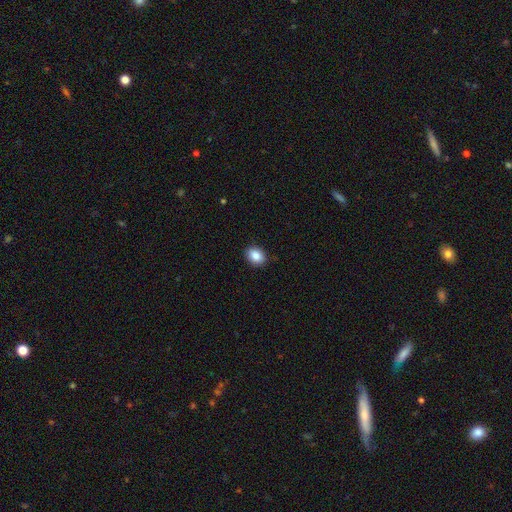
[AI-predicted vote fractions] smooth 86%, star or artifact 8%, featured or disk 5%. Down the decision tree: how rounded — in between (60%); merging — none (90%).